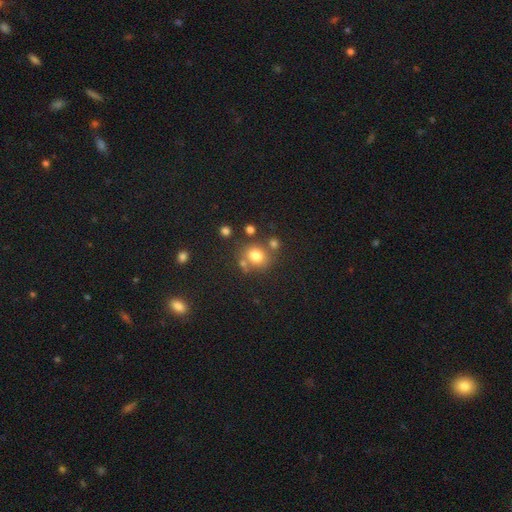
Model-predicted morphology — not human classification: This appears to be a smooth galaxy with no disk features (76%) that is round (78%). Merging: none (68%).